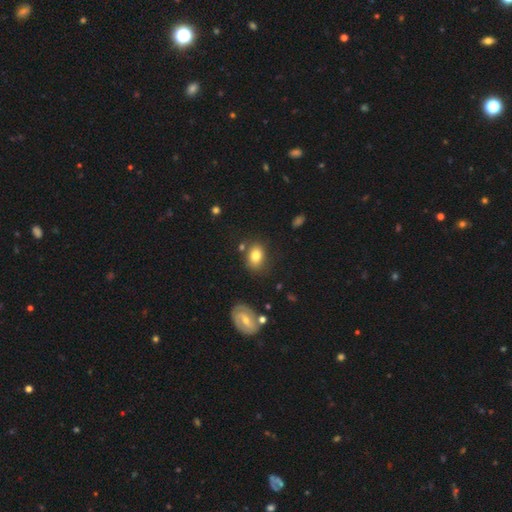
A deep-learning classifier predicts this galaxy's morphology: smooth 79%, featured or disk 13%, star or artifact 9%. Down the decision tree: how rounded — in between (69%); merging — none (73%).